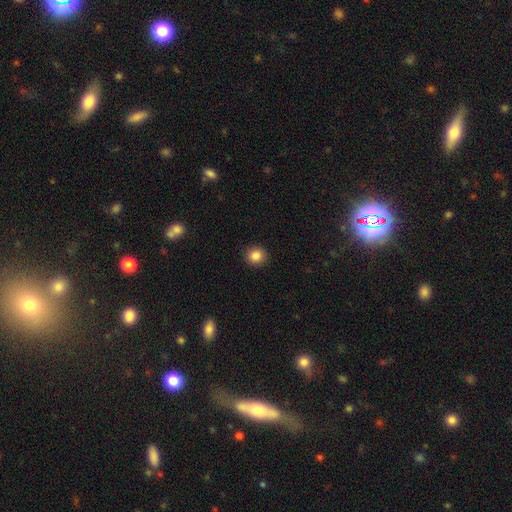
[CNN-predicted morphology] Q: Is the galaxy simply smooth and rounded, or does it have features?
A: smooth — 86%.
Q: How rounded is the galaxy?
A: round — 83%.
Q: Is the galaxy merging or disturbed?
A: none — 91%.